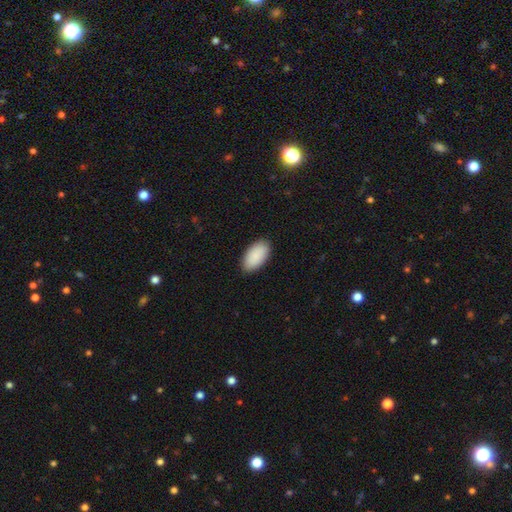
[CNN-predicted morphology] This appears to be a smooth galaxy with no disk features (91%) that is in between round and cigar-shaped (96%). Merging: none (88%).